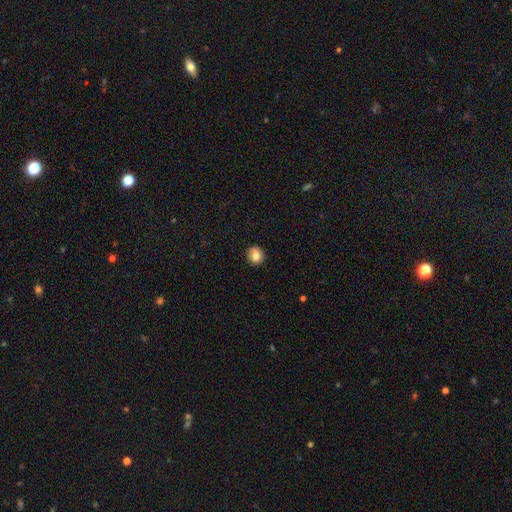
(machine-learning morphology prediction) Smooth or featured? smooth (81%)
How rounded? round (88%)
Merging? none (88%)